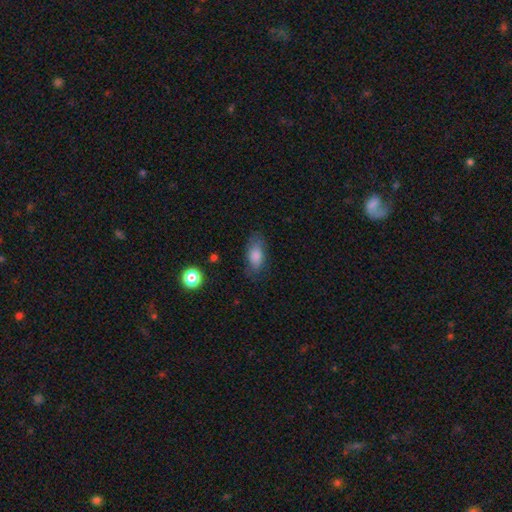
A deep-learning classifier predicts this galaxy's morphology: smooth_or_featured: smooth (p=0.81) [alt: featured or disk p=0.11]
how_rounded: in between (p=0.87) [alt: cigar-shaped p=0.08]
merging: none (p=0.74) [alt: minor disturbance p=0.19]